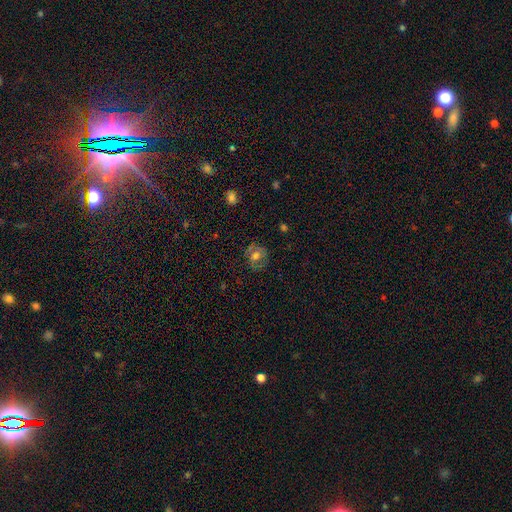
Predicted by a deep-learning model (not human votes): Morphology: type=smooth (53%); roundness=round (70%); merging=none (69%).